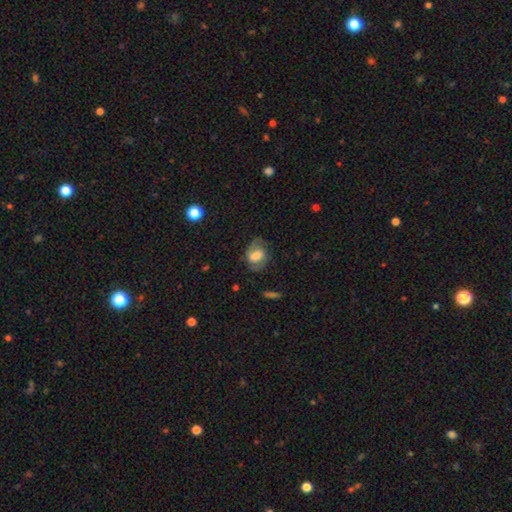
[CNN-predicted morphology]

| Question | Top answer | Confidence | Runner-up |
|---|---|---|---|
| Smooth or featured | featured or disk | 55% | smooth (37%) |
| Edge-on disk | no | 96% | yes (4%) |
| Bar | weak | 43% | no (38%) |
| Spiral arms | yes | 83% | no (17%) |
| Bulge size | large | 37% | moderate (36%) |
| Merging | none | 67% | minor disturbance (20%) |